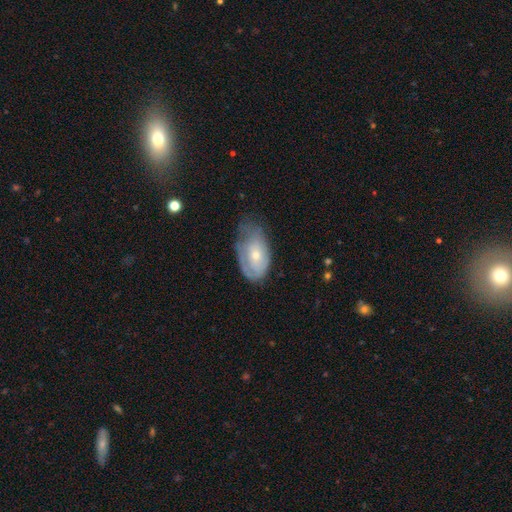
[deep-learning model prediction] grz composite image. It shows a featured or disk galaxy (48%). Merging: none (42%).